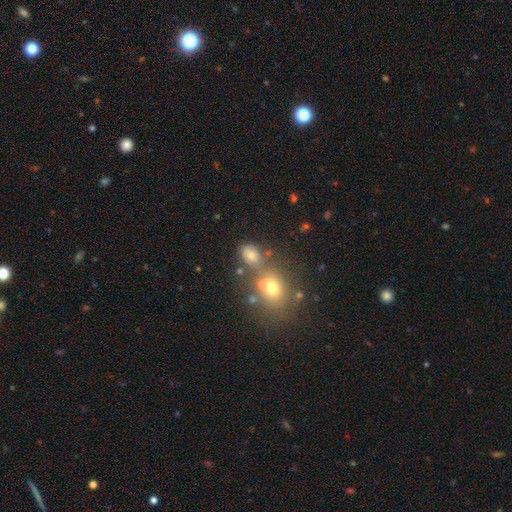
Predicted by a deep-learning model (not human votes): Smooth or featured? smooth (61%)
How rounded? in between (60%)
Merging? none (55%)